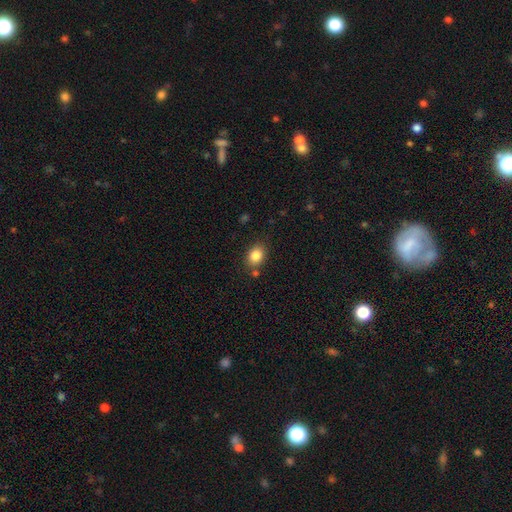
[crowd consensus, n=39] Overall: smooth (90%). How rounded: in between (66%; round 34%). Merging: none (77%).